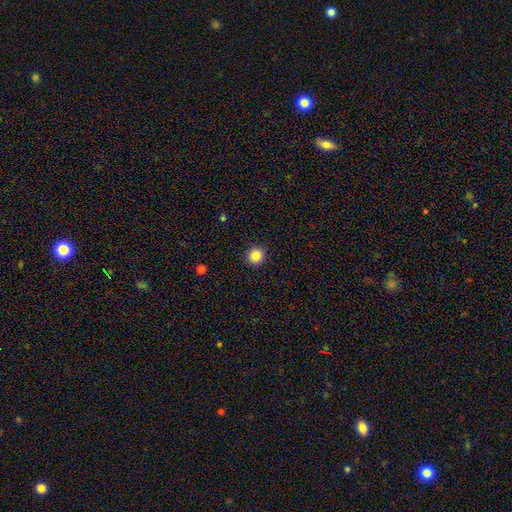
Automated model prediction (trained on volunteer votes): Q: Smooth or featured?
A: smooth (86%); runner-up: star or artifact (10%)
Q: How rounded?
A: round (95%); runner-up: in between (4%)
Q: Merging?
A: none (92%); runner-up: minor disturbance (5%)